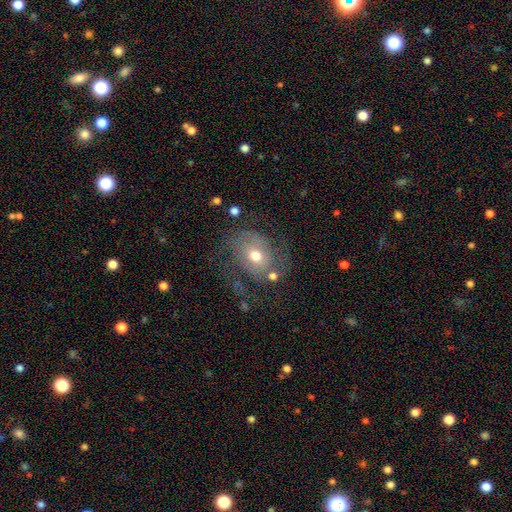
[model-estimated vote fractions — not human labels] Morphology: type=featured or disk (58%); edge-on=no (96%); bar=no (69%); spiral arms=yes (74%); bulge=moderate (74%); merging=none (50%).